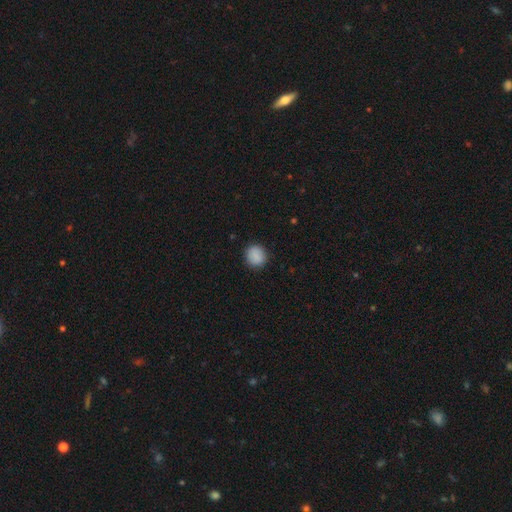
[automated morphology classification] smooth-or-featured: smooth: 87% | star or artifact: 8% | featured or disk: 5%
  how-rounded: round: 88% | in between: 11% | cigar-shaped: 1%
  merging: none: 89% | minor disturbance: 8% | major disturbance: 2% | merger: 1%